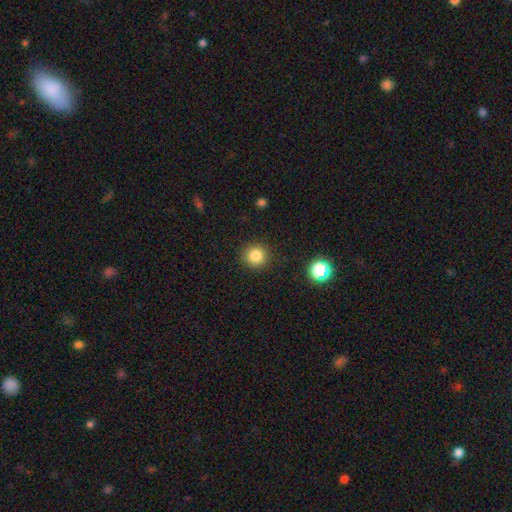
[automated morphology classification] A smooth galaxy with no disk features (83%) that is round (94%). Merging: none (91%).